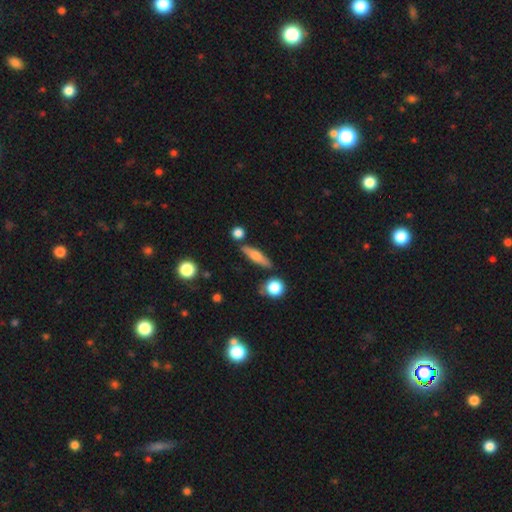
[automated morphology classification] This is likely a smooth galaxy (60%). How rounded: likely cigar-shaped (66%). Merging: clearly none (80%).